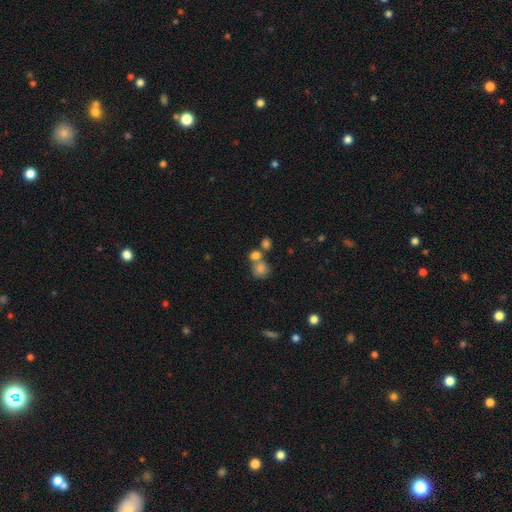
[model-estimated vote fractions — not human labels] A smooth galaxy with no disk features (78%) that is round (75%).

Vote fractions:
- Smooth or featured? smooth: 78% / star or artifact: 13% / featured or disk: 10%
- How rounded? round: 75% / in between: 24% / cigar-shaped: 1%
- Merging? merger: 45% / none: 43% / minor disturbance: 8% / major disturbance: 5%